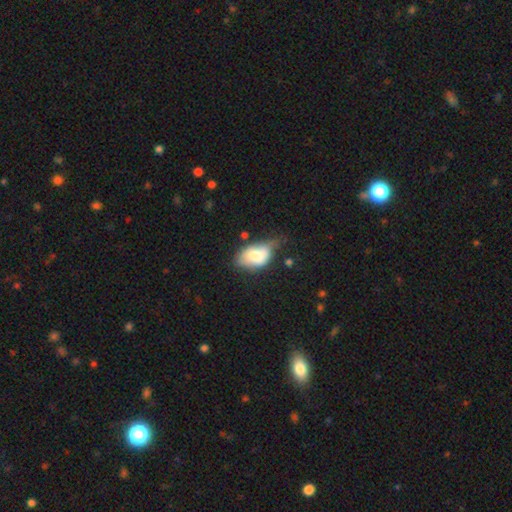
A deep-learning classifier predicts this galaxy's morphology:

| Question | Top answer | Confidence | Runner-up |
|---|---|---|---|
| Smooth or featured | smooth | 69% | featured or disk (24%) |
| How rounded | in between | 88% | round (10%) |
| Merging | minor disturbance | 43% | none (26%) |